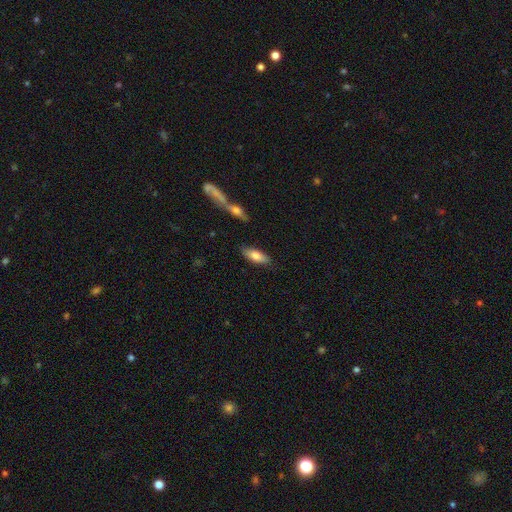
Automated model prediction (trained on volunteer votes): smooth-or-featured: smooth: 75% | featured or disk: 19% | star or artifact: 6%
  how-rounded: in between: 71% | cigar-shaped: 27% | round: 2%
  merging: none: 82% | minor disturbance: 11% | merger: 4% | major disturbance: 3%